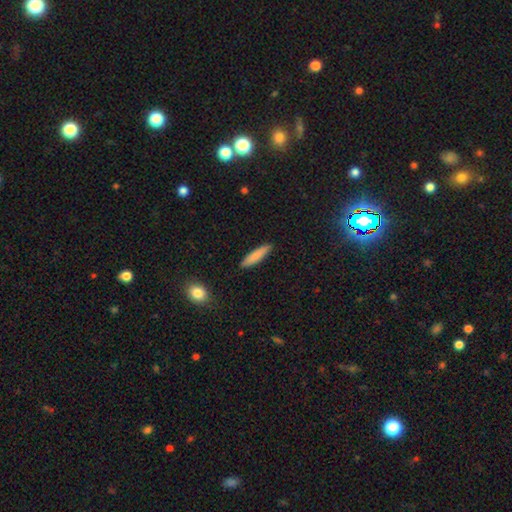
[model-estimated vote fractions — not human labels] This is clearly a smooth galaxy (83%). How rounded: clearly cigar-shaped (82%). Merging: clearly none (89%).